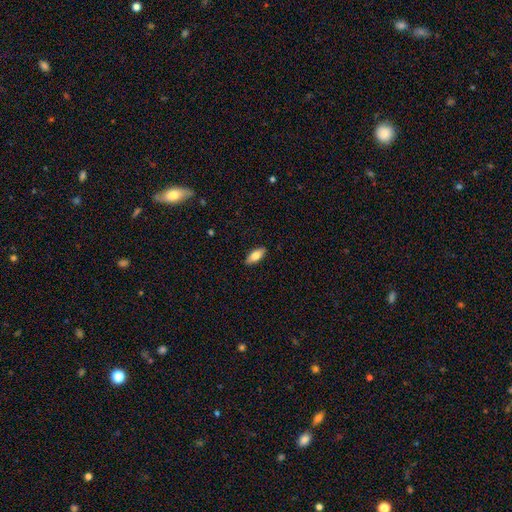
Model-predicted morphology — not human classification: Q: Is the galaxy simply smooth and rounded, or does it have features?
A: smooth — 76%.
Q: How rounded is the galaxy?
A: in between — 83%.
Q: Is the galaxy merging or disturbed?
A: none — 90%.